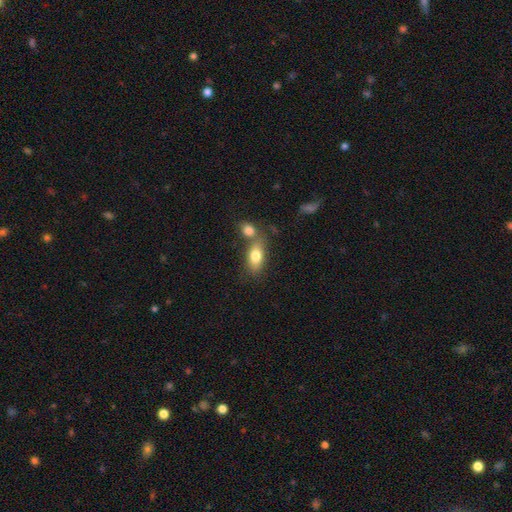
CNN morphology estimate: Smooth or featured: smooth — 79% (featured or disk — 14%)
How rounded: in between — 85% (round — 8%)
Merging: none — 48% (merger — 36%)